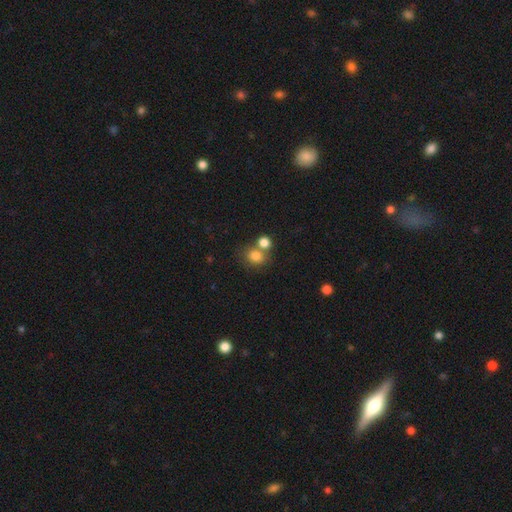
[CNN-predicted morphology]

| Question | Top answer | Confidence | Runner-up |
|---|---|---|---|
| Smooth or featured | smooth | 81% | star or artifact (11%) |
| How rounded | round | 69% | in between (30%) |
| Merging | none | 49% | merger (38%) |